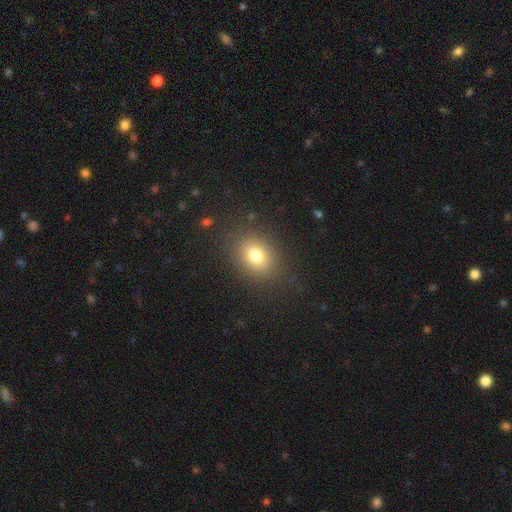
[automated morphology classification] Overall: smooth (77%). How rounded: in between (54%; round 45%). Merging: none (85%).